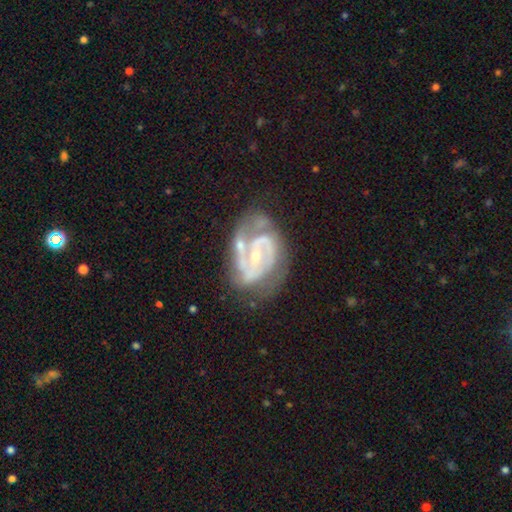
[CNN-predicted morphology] The model was most divided on "spiral winding": tight: 46%, medium: 45%, loose: 9%. Remaining: edge-on disk — no (97%); spiral arms — yes (96%); smooth or featured — featured or disk (89%); spiral arm count — 2 (72%); bulge size — small (64%); merging — none (57%); bar — weak (42%).